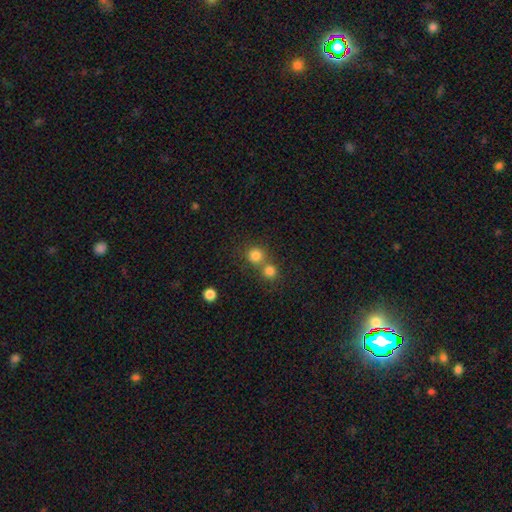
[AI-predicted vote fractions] Smooth or featured? Predicted: smooth (p=0.80). How rounded? Predicted: round (p=0.90). Merging? Predicted: none (p=0.54).